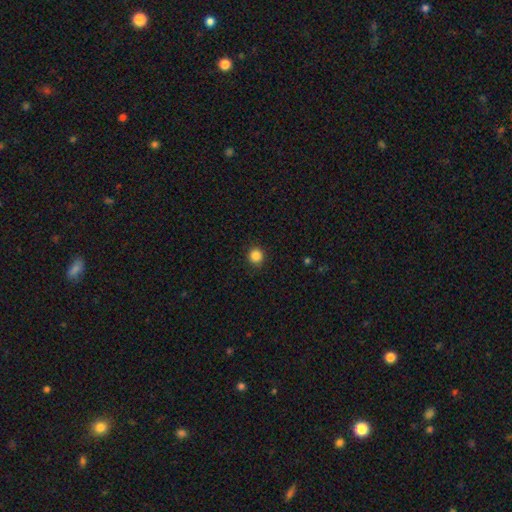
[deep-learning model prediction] Q: Smooth or featured?
A: smooth (86%); runner-up: star or artifact (11%)
Q: How rounded?
A: round (92%); runner-up: in between (7%)
Q: Merging?
A: none (91%); runner-up: minor disturbance (6%)